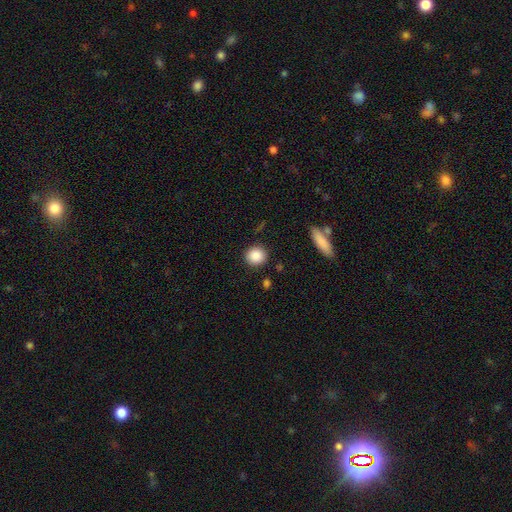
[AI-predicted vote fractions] Smooth or featured? Predicted: smooth (p=0.88). How rounded? Predicted: round (p=0.86). Merging? Predicted: none (p=0.88).